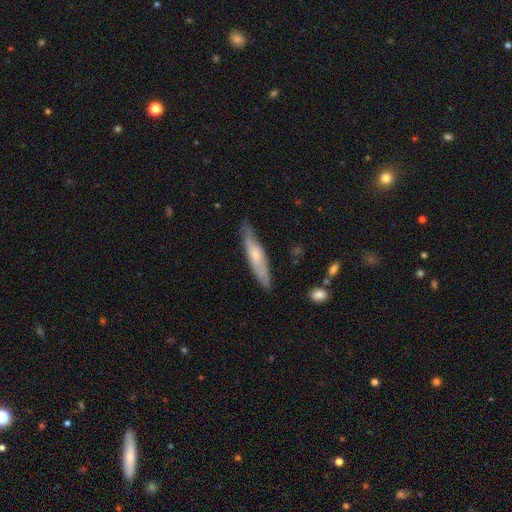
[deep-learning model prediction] Q: Smooth or featured?
A: smooth (50%); runner-up: featured or disk (44%)
Q: How rounded?
A: cigar-shaped (84%); runner-up: in between (15%)
Q: Merging?
A: none (78%); runner-up: minor disturbance (17%)